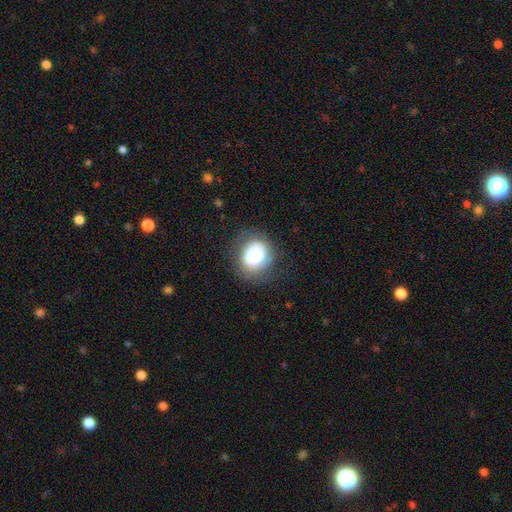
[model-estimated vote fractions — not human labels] Morphology: type=smooth (74%); roundness=round (60%); merging=none (67%).